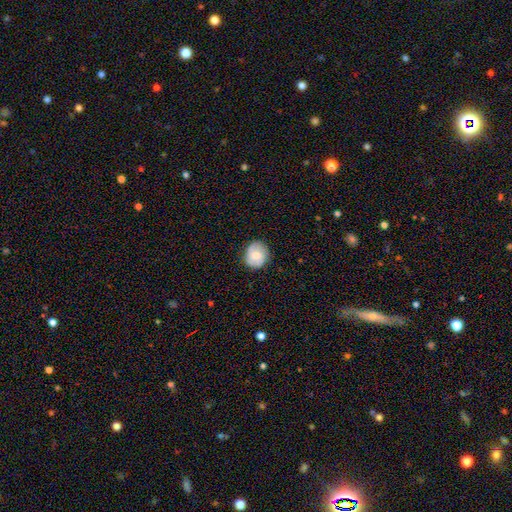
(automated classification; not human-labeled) The model was most divided on "smooth or featured": smooth: 56%, featured or disk: 36%, star or artifact: 8%. More confident: merging — none (82%); how rounded — round (80%).